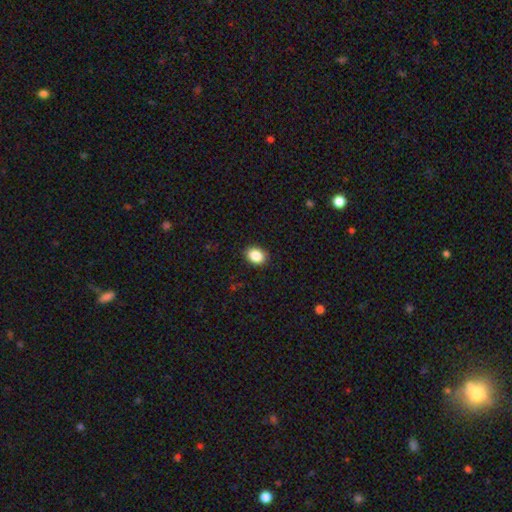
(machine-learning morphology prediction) Smooth or featured: smooth — 88% (star or artifact — 8%)
How rounded: in between — 68% (round — 31%)
Merging: none — 89% (minor disturbance — 8%)